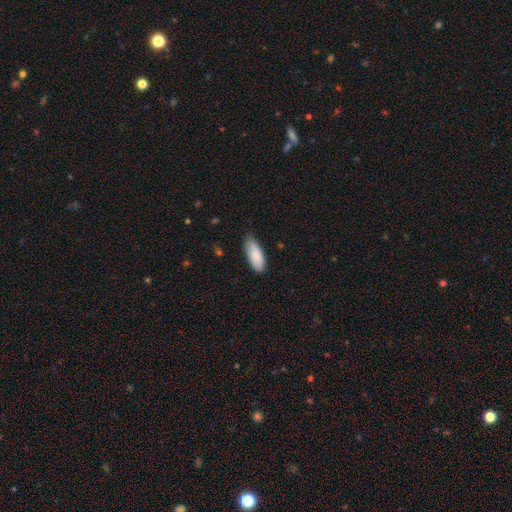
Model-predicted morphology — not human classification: This is clearly a smooth galaxy (85%). How rounded: likely in between (77%). Merging: likely none (72%).